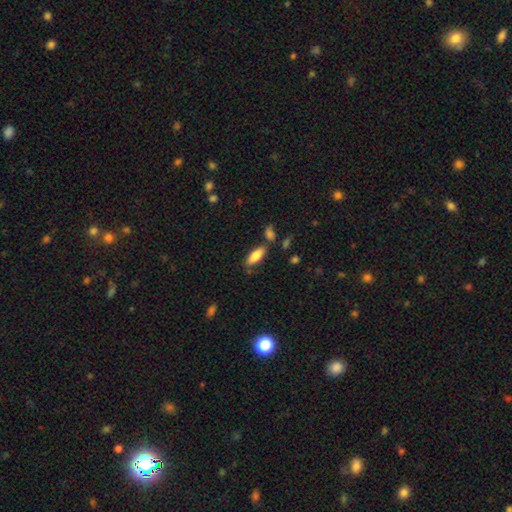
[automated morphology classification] Smooth or featured: smooth — 82% (featured or disk — 11%)
How rounded: in between — 74% (cigar-shaped — 24%)
Merging: none — 74% (minor disturbance — 14%)